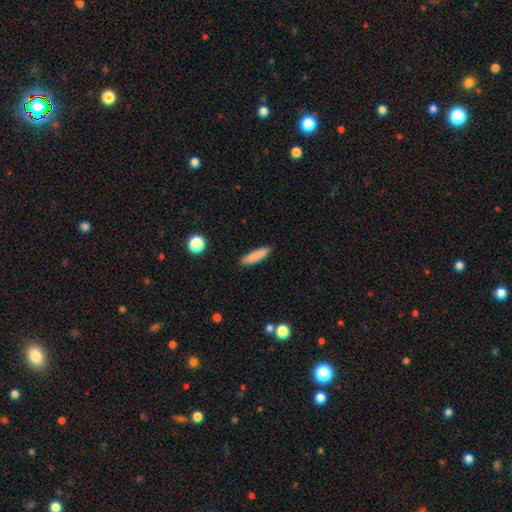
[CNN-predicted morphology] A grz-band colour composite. It shows a smooth galaxy with no disk features (85%) that is cigar-shaped (74%). Merging: none (89%).